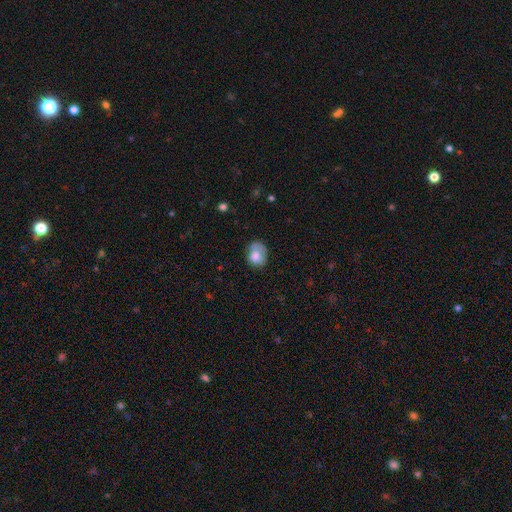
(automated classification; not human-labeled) A smooth galaxy with no disk features (74%) that is in between round and cigar-shaped (53%). Merging: none (44%).